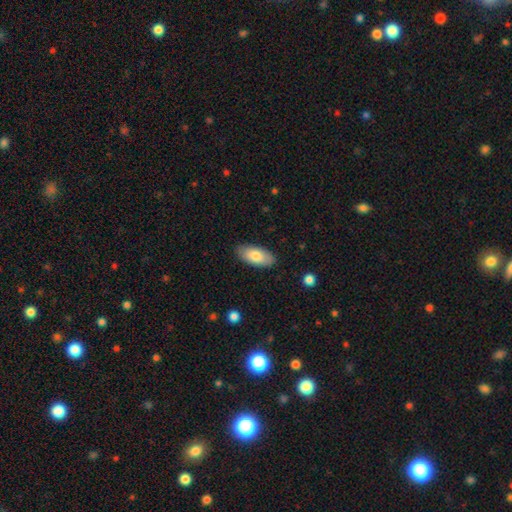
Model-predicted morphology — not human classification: smooth 79%, featured or disk 15%, star or artifact 6%. Down the decision tree: how rounded — in between (91%); merging — none (85%).